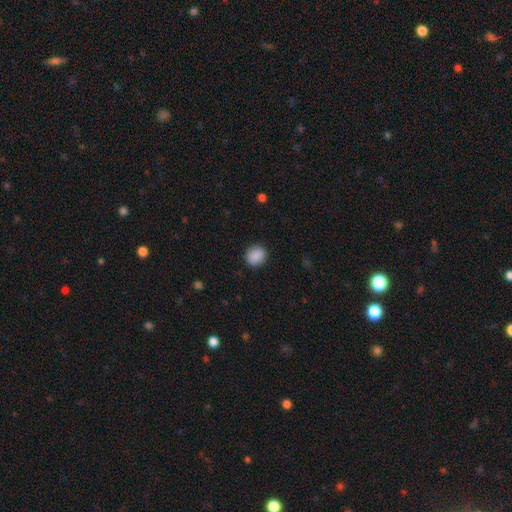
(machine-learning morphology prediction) Smooth or featured: smooth — 89% (star or artifact — 8%)
How rounded: round — 76% (in between — 23%)
Merging: none — 88% (minor disturbance — 8%)